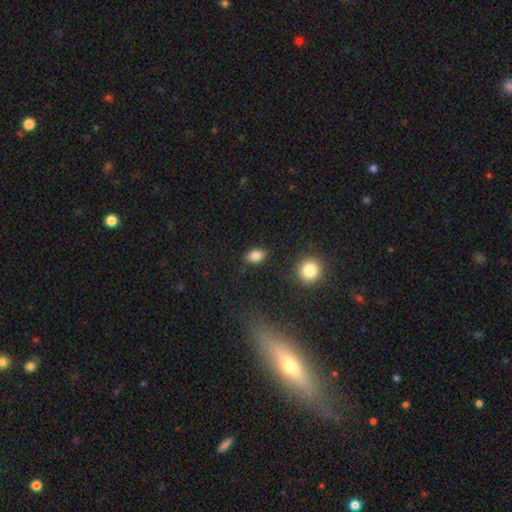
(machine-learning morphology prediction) Smooth or featured? smooth (84%)
How rounded? in between (82%)
Merging? none (86%)